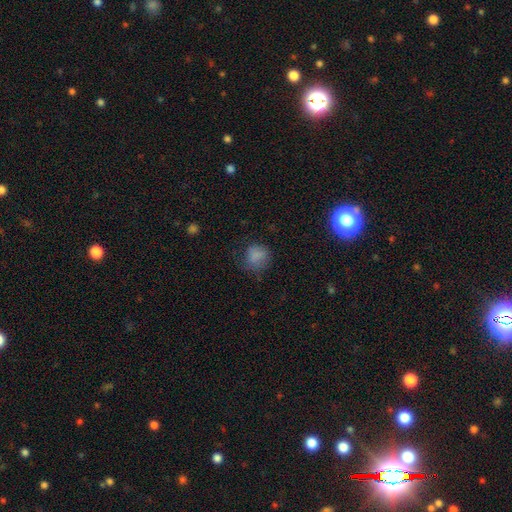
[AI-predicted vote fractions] This appears to be a smooth galaxy with no disk features (78%) that is round (75%). Merging: none (62%).